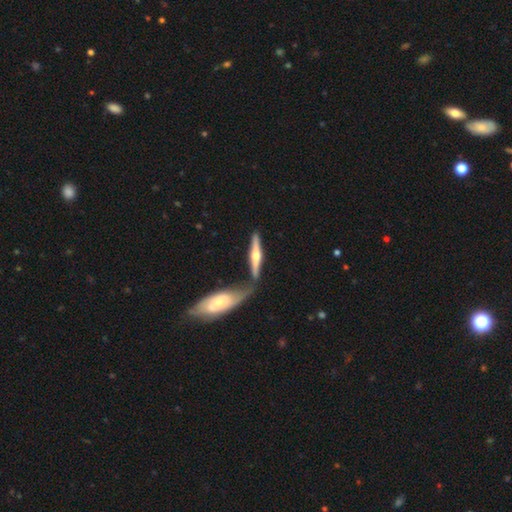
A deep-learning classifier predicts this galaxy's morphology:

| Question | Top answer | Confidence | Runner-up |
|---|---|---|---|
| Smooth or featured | featured or disk | 67% | smooth (28%) |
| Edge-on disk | yes | 95% | no (5%) |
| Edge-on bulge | rounded | 90% | none (5%) |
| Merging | none | 59% | merger (26%) |